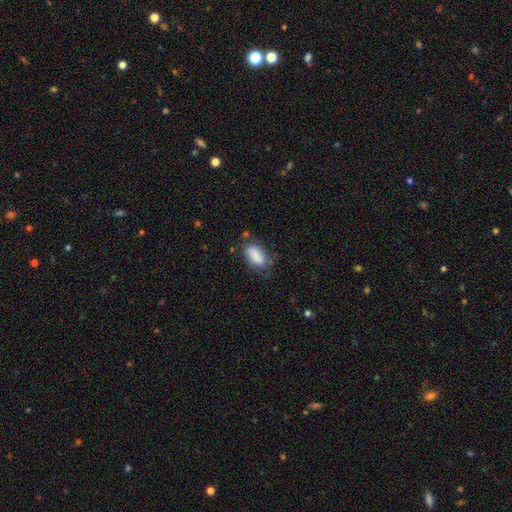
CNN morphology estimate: This is clearly a smooth galaxy (85%). How rounded: clearly in between (91%). Merging: likely none (62%).